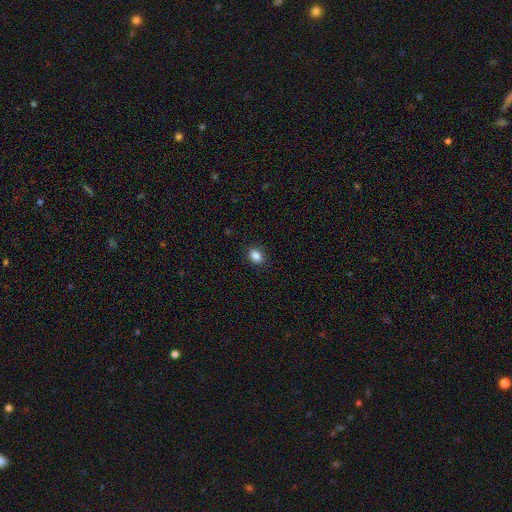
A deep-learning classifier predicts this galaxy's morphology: Smooth or featured: smooth — 87% (star or artifact — 10%)
How rounded: in between — 61% (round — 38%)
Merging: none — 88% (minor disturbance — 8%)